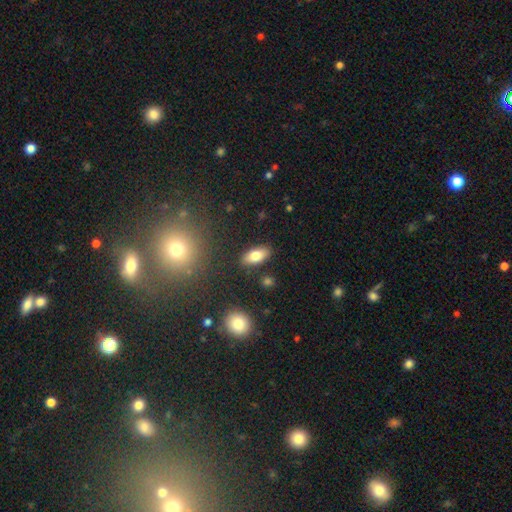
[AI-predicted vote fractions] smooth_or_featured: smooth (p=0.79) [alt: featured or disk p=0.13]
how_rounded: in between (p=0.88) [alt: cigar-shaped p=0.08]
merging: none (p=0.86) [alt: minor disturbance p=0.09]